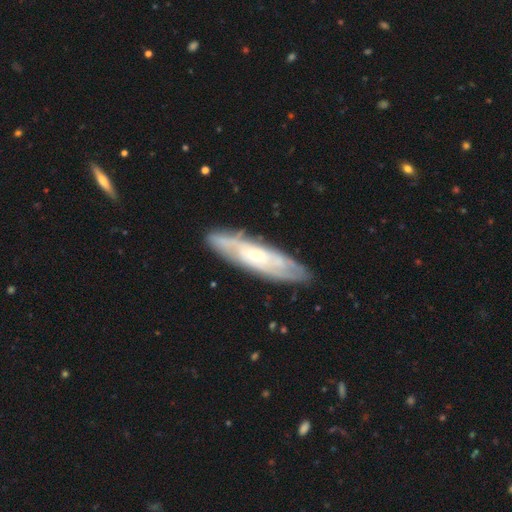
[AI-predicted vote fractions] Smooth or featured? Predicted: featured or disk (p=0.73). Edge-on disk? Predicted: no (p=0.67). Merging? Predicted: none (p=0.83).